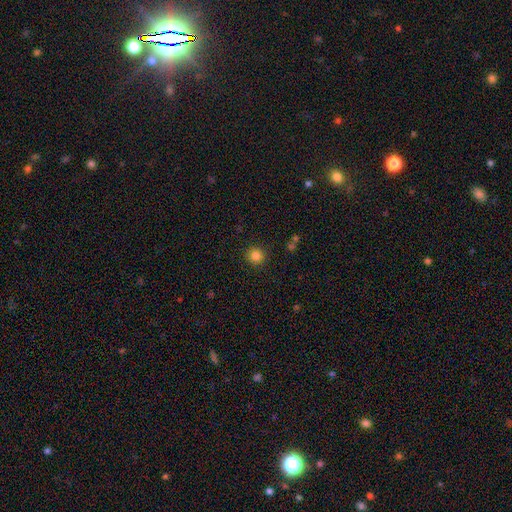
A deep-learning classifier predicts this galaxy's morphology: This appears to be a smooth galaxy with no disk features (84%) that is round (93%). Merging: none (91%).